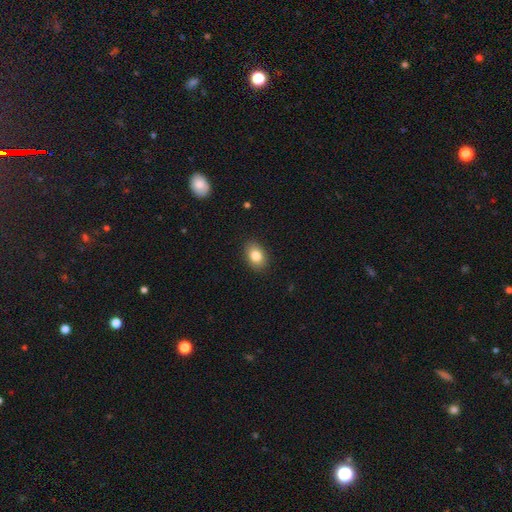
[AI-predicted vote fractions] smooth_or_featured: smooth (p=0.83) [alt: star or artifact p=0.09]
how_rounded: in between (p=0.78) [alt: round p=0.21]
merging: none (p=0.88) [alt: minor disturbance p=0.09]